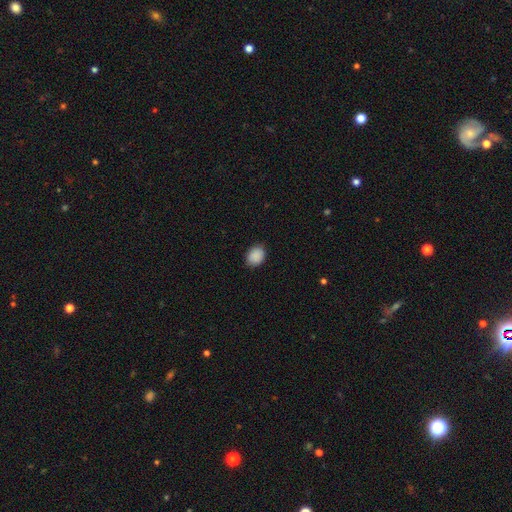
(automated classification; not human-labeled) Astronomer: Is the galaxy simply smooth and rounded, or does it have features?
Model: smooth — 90%.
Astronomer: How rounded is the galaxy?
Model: in between — 61% (runner-up: round, 39%).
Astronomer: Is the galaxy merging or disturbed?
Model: none — 87%.